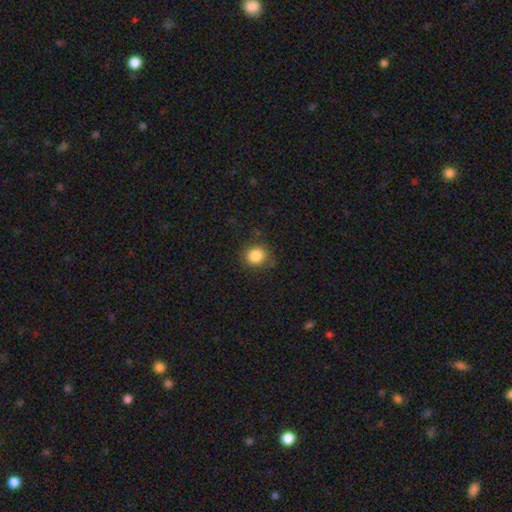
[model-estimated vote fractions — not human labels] Q: Smooth or featured?
A: smooth (85%); runner-up: star or artifact (10%)
Q: How rounded?
A: round (77%); runner-up: in between (22%)
Q: Merging?
A: none (82%); runner-up: minor disturbance (13%)